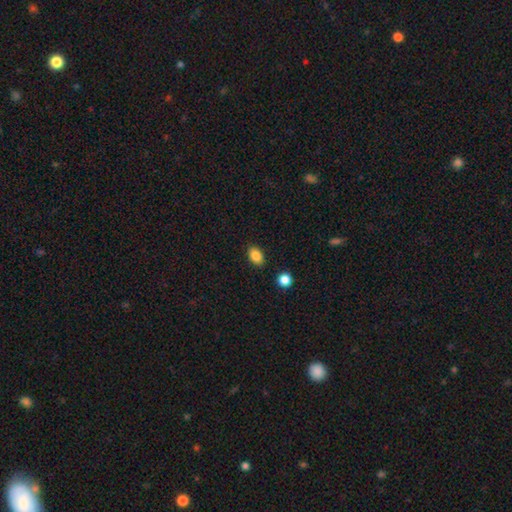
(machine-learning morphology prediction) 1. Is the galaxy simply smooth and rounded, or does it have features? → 86% smooth, 9% star or artifact, 6% featured or disk.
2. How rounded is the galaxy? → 84% in between, 14% round, 1% cigar-shaped.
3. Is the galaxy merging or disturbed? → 87% none, 8% minor disturbance, 2% merger, 2% major disturbance.